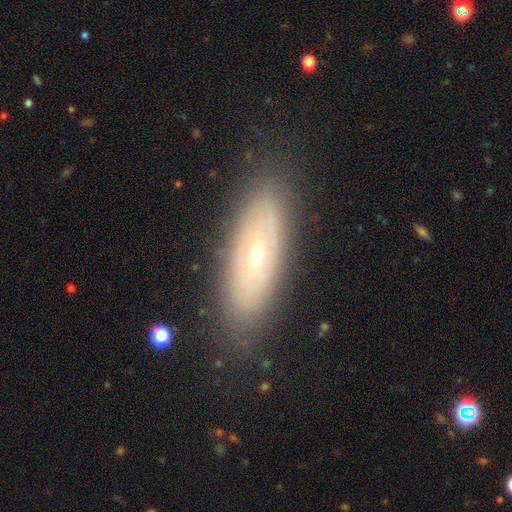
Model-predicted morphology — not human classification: A featured or disk galaxy (60%). Merging: none (84%).